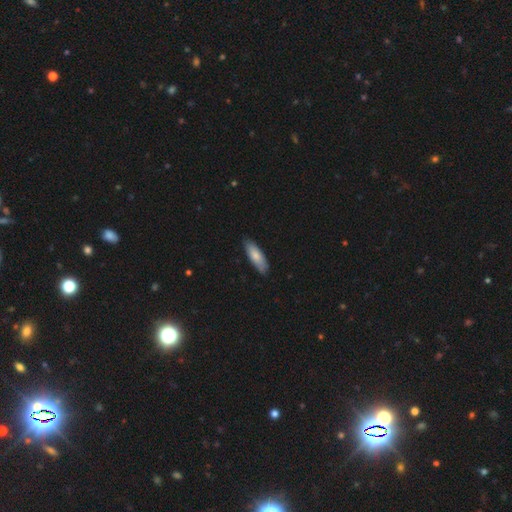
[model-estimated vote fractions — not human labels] Q: Smooth or featured?
A: smooth (79%); runner-up: featured or disk (16%)
Q: How rounded?
A: in between (57%); runner-up: cigar-shaped (42%)
Q: Merging?
A: none (84%); runner-up: minor disturbance (13%)